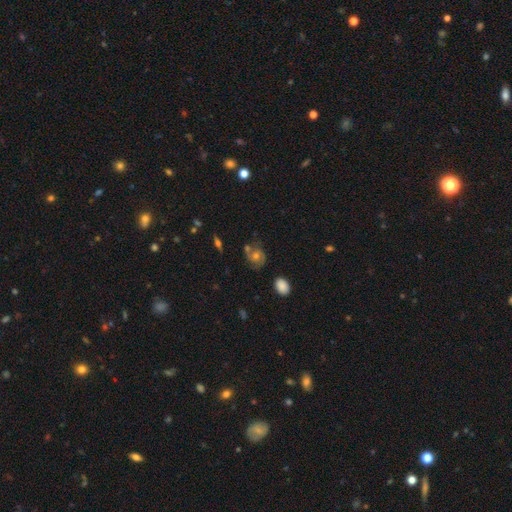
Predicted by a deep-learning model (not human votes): The model was most divided on "smooth or featured": featured or disk: 52%, smooth: 31%, star or artifact: 17%. More confident: edge-on disk — no (96%); spiral arms — yes (81%); bar — no (71%); merging — none (65%); bulge size — moderate (58%).